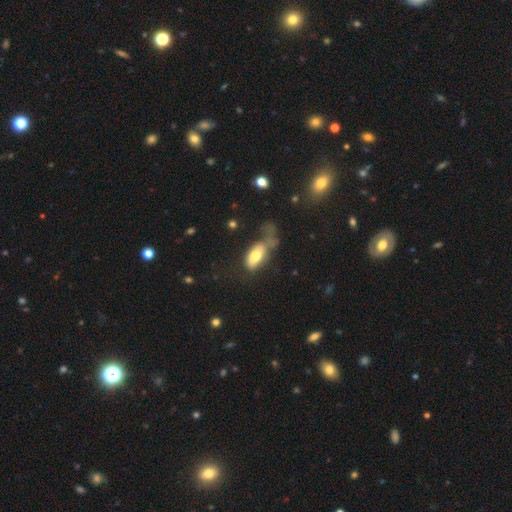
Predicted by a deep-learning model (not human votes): This is likely a smooth galaxy (73%). How rounded: clearly in between (90%). Merging: marginally major disturbance (38%).